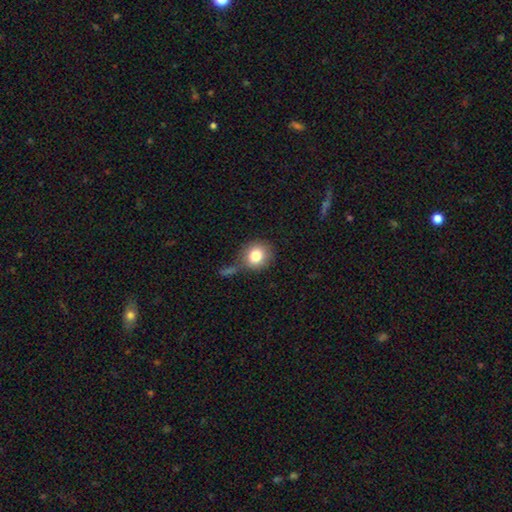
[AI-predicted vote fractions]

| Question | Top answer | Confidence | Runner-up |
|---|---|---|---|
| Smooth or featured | smooth | 81% | featured or disk (10%) |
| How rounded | round | 84% | in between (15%) |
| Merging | none | 63% | minor disturbance (18%) |